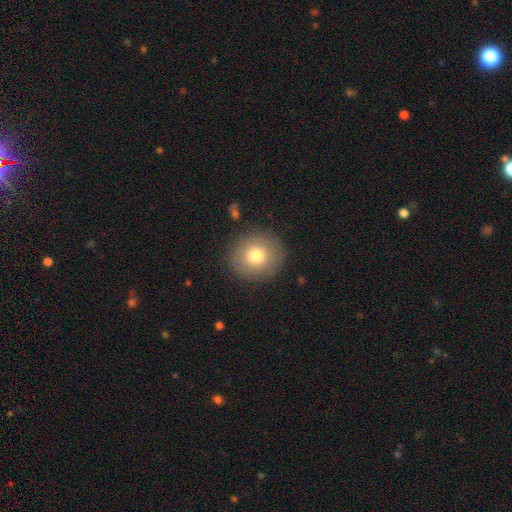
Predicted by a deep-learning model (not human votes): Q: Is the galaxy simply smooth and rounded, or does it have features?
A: smooth — 76%.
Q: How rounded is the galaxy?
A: round — 89%.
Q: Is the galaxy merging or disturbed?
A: none — 89%.